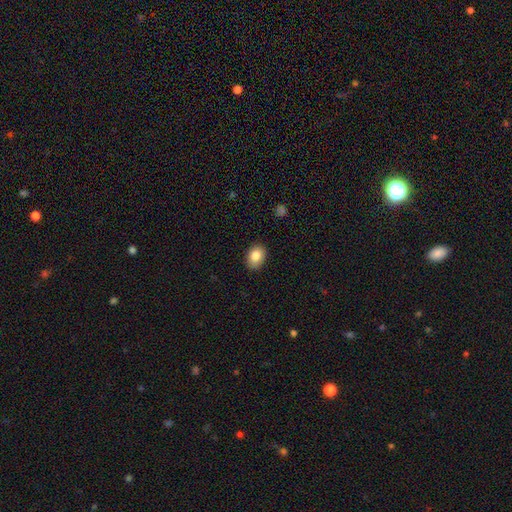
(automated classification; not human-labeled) This is clearly a smooth galaxy (85%). How rounded: likely in between (73%). Merging: clearly none (88%).